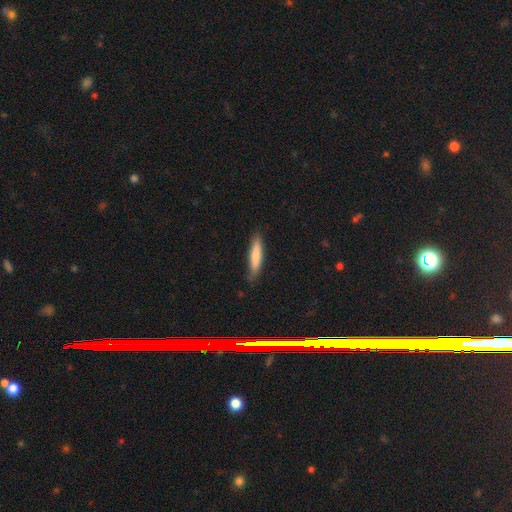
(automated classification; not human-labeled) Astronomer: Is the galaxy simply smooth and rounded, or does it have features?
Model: smooth — 76%.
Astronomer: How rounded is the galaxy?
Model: cigar-shaped — 86%.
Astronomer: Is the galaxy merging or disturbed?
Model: none — 83%.